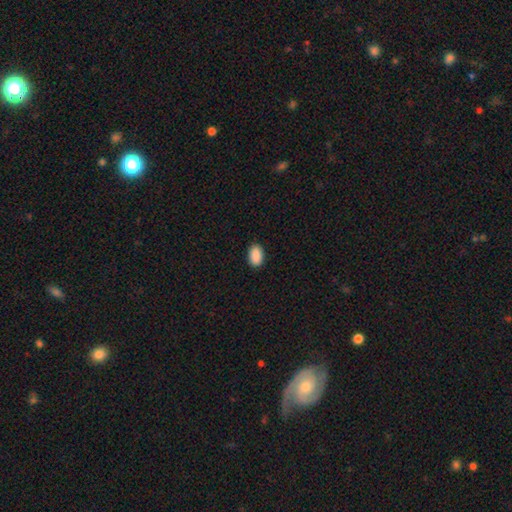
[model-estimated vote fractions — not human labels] smooth 91%, star or artifact 7%, featured or disk 2%. Down the decision tree: how rounded — in between (92%); merging — none (90%).